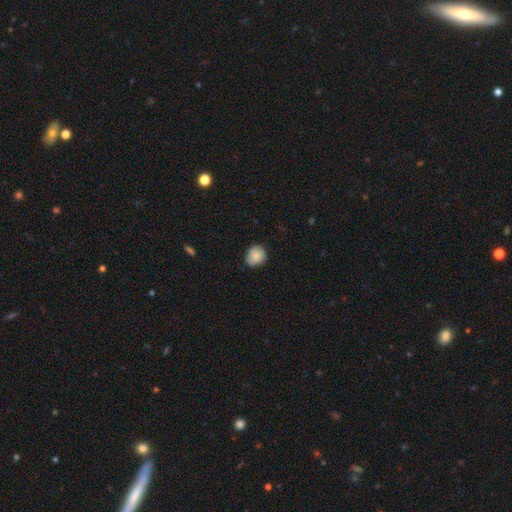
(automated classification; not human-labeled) The model was most divided on "how rounded": round: 71%, in between: 28%, cigar-shaped: 1%. More confident: smooth or featured — smooth (84%); merging — none (77%).